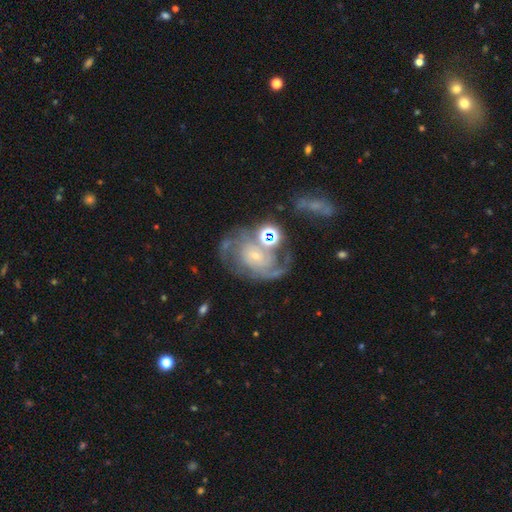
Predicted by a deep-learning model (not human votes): Smooth or featured: featured or disk — 84% (star or artifact — 8%)
Edge-on disk: no — 98% (yes — 2%)
Bar: no — 64% (weak — 28%)
Spiral arms: yes — 95% (no — 5%)
Spiral winding: medium — 45% (tight — 39%)
Spiral arm count: 2 — 50% (can't tell — 18%)
Bulge size: small — 77% (moderate — 16%)
Merging: none — 53% (minor disturbance — 18%)